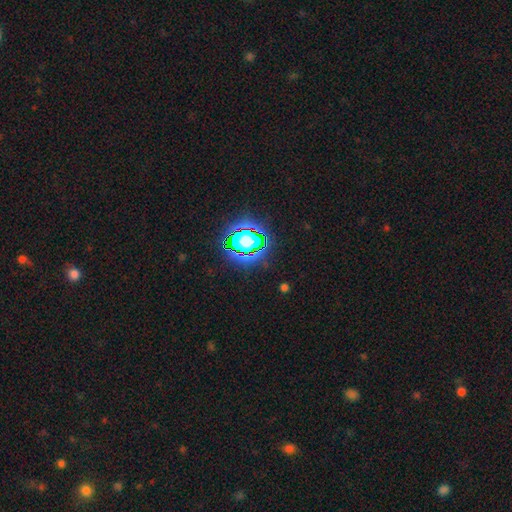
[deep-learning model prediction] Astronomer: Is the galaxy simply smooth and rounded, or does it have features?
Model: star or artifact — 80%.